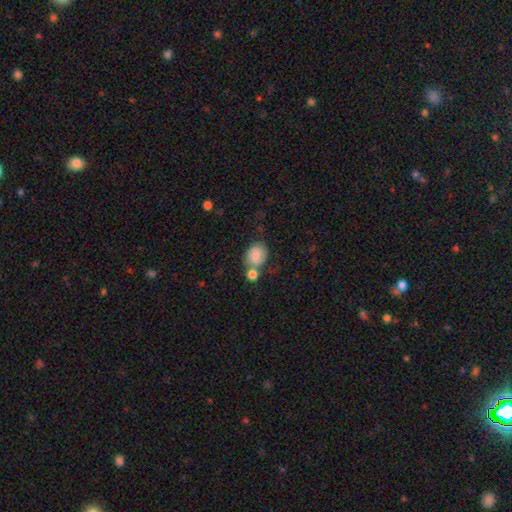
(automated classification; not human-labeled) Overall: smooth (81%). How rounded: round (59%; in between 40%). Merging: none (46%; merger 33%).